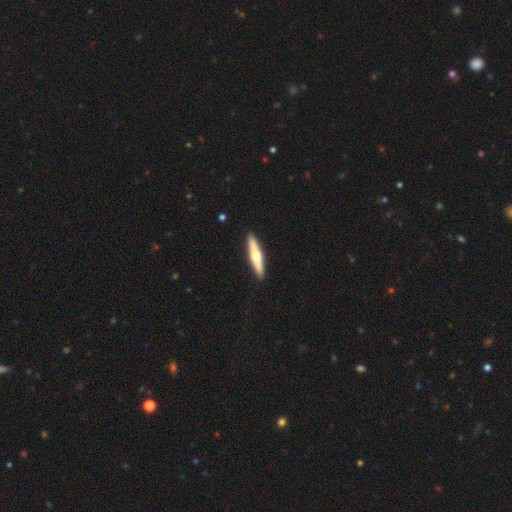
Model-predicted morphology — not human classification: Overall: featured or disk (57%; smooth 38%). Edge-on disk: yes (95%). Edge-on bulge: rounded (93%). Merging: none (92%).